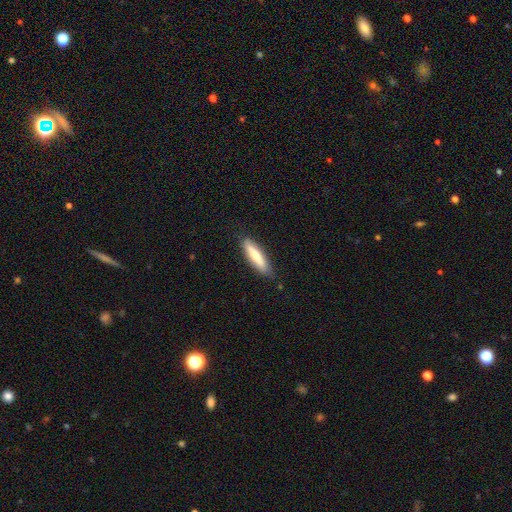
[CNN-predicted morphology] Q: Smooth or featured?
A: smooth (67%); runner-up: featured or disk (27%)
Q: How rounded?
A: cigar-shaped (76%); runner-up: in between (22%)
Q: Merging?
A: none (83%); runner-up: minor disturbance (13%)